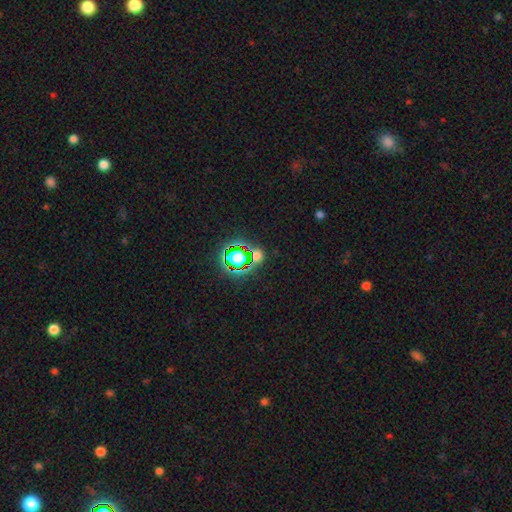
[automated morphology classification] A star or artifact, not a galaxy (61%).